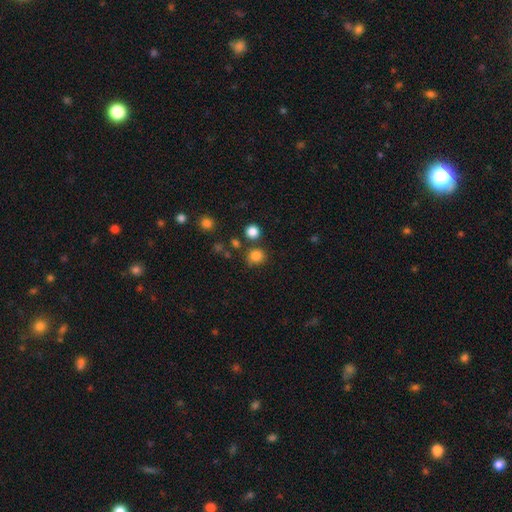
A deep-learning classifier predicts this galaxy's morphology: A smooth galaxy with no disk features (82%) that is round (86%). Merging: none (76%).